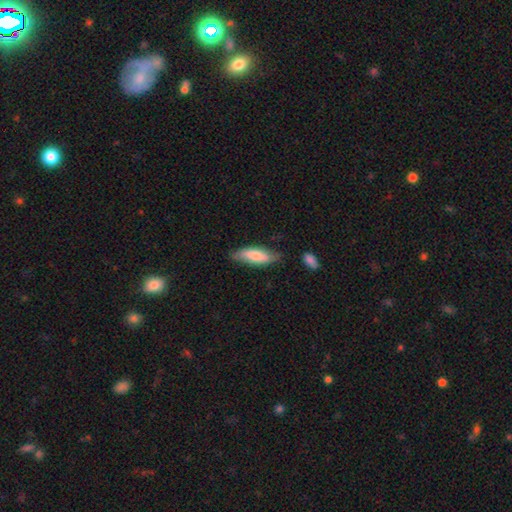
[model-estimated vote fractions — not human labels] The model was most divided on "how rounded": in between: 56%, cigar-shaped: 42%, round: 2%. More confident: merging — none (71%); smooth or featured — smooth (70%).